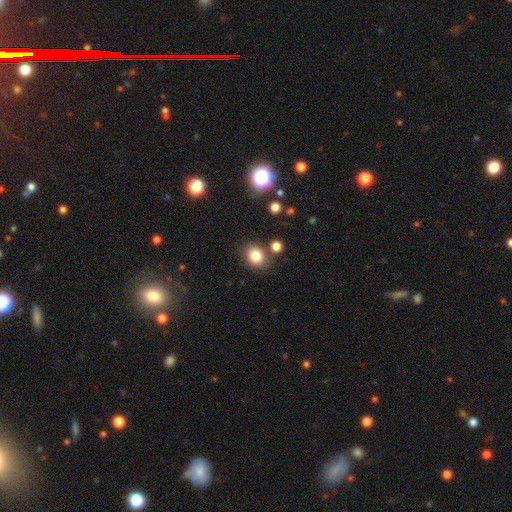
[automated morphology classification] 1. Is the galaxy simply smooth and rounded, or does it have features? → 83% smooth, 12% star or artifact, 6% featured or disk.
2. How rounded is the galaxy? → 69% round, 30% in between, 1% cigar-shaped.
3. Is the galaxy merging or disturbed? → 78% none, 11% minor disturbance, 8% merger, 3% major disturbance.